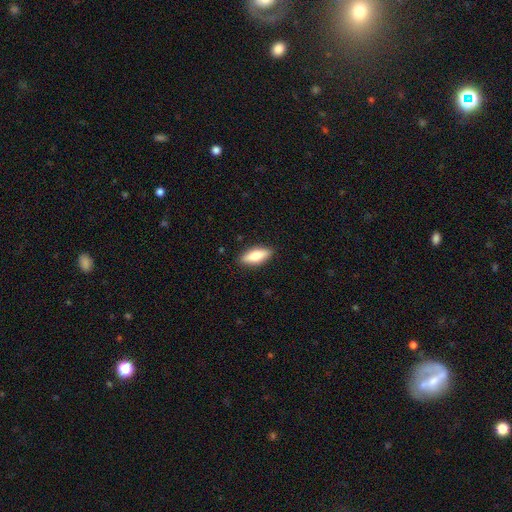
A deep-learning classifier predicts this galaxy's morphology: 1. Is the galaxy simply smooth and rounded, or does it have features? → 73% smooth, 21% featured or disk, 6% star or artifact.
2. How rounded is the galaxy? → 70% in between, 28% cigar-shaped, 2% round.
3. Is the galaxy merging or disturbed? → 88% none, 9% minor disturbance, 2% major disturbance, 1% merger.